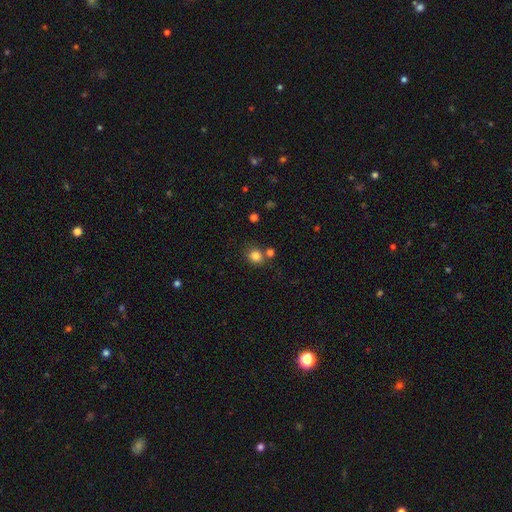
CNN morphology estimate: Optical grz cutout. It shows a smooth galaxy with no disk features (82%) that is round (79%). Merging: none (72%).